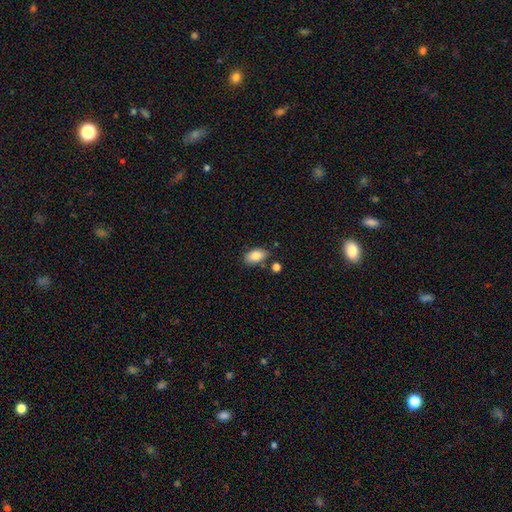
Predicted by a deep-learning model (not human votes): smooth 85%, featured or disk 8%, star or artifact 7%. Down the decision tree: how rounded — in between (92%); merging — none (77%).